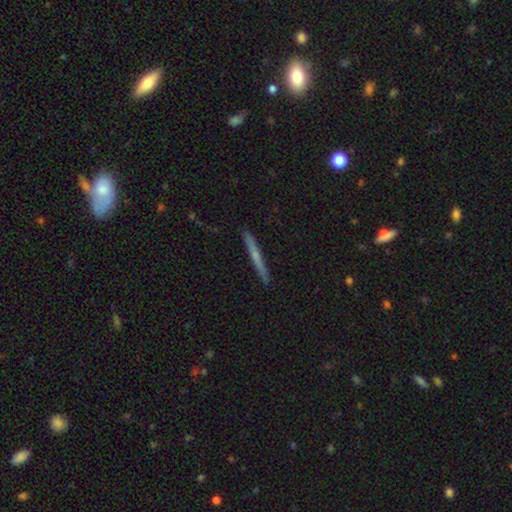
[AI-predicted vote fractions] Morphology: type=featured or disk (52%); edge-on=yes (97%); edge-on bulge=none (57%); merging=none (91%).